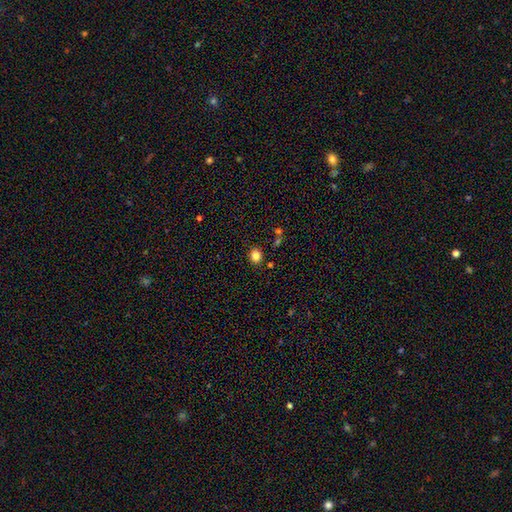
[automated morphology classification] Smooth or featured: smooth — 82% (star or artifact — 13%)
How rounded: round — 75% (in between — 24%)
Merging: none — 86% (minor disturbance — 8%)